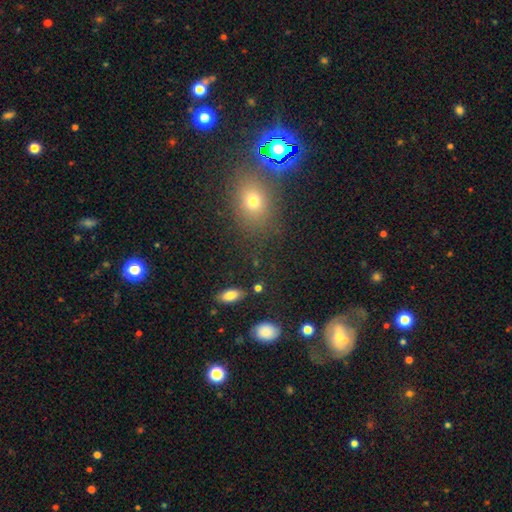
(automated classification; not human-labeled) smooth 50%, star or artifact 35%, featured or disk 15%. Down the decision tree: merging — none (78%).